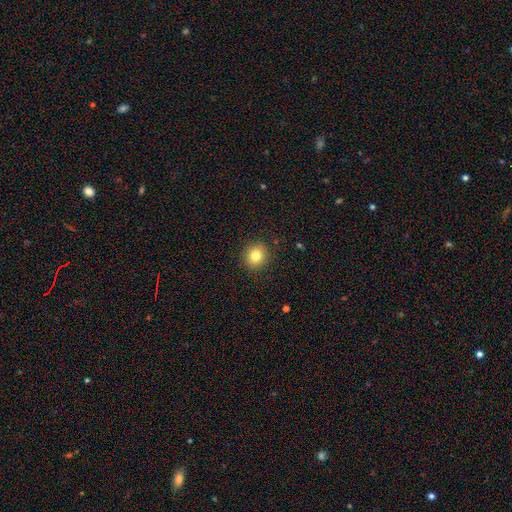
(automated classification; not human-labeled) smooth_or_featured: smooth (p=0.81) [alt: star or artifact p=0.11]
how_rounded: round (p=0.81) [alt: in between p=0.18]
merging: none (p=0.90) [alt: minor disturbance p=0.07]